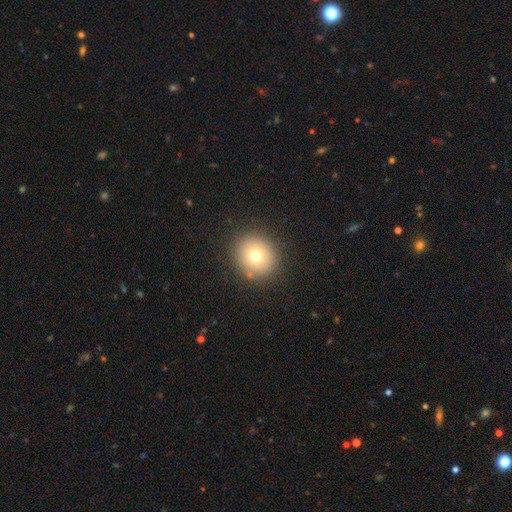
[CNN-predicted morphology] type=smooth (71%); roundness=round (88%); merging=none (89%).